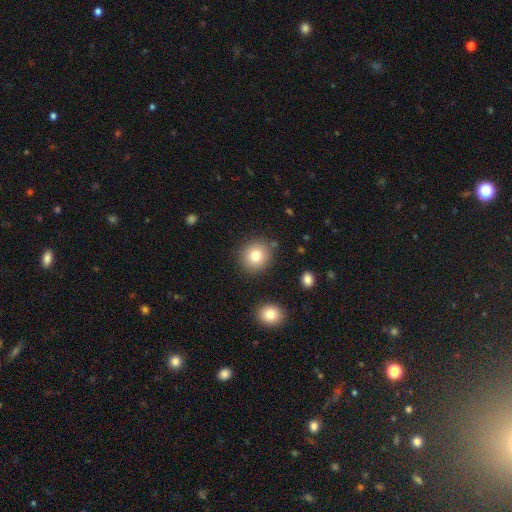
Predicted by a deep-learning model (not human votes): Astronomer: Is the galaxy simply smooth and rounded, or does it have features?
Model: smooth — 79%.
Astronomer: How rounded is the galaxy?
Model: round — 85%.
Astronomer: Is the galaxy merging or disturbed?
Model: none — 84%.